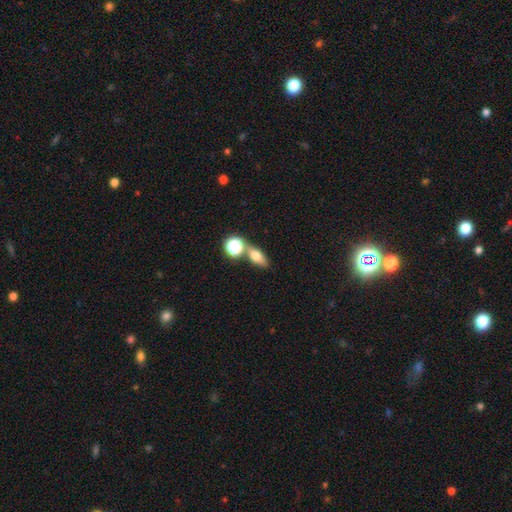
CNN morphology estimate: This appears to be a smooth galaxy with no disk features (66%) that is in between round and cigar-shaped (63%). Merging: none (61%).